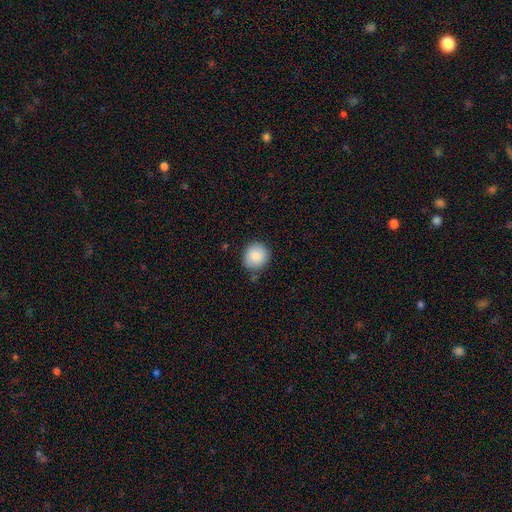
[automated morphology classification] type=smooth (86%); roundness=round (88%); merging=none (81%).